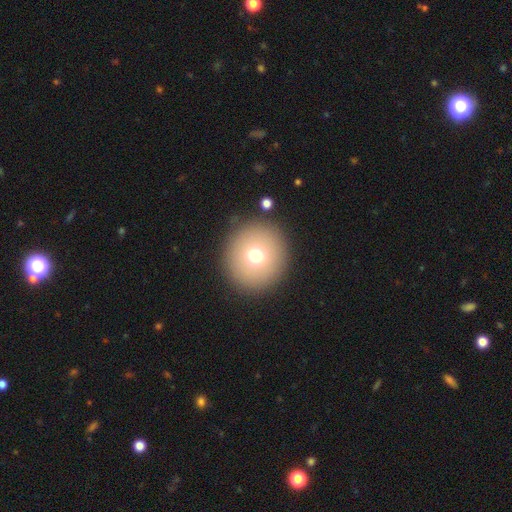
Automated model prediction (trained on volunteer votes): Q: Smooth or featured?
A: smooth (71%); runner-up: featured or disk (15%)
Q: How rounded?
A: round (93%); runner-up: in between (6%)
Q: Merging?
A: none (89%); runner-up: minor disturbance (6%)